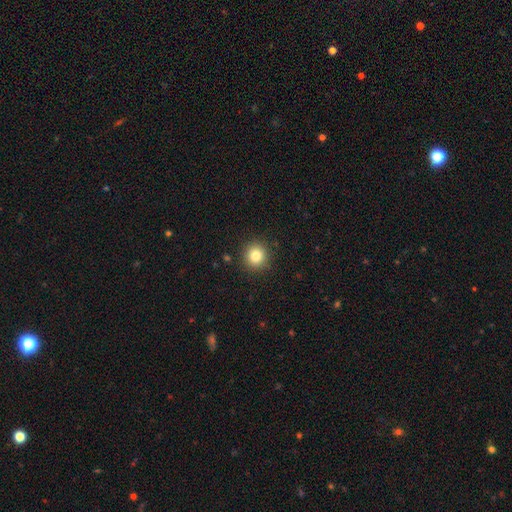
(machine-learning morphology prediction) Smooth or featured? Predicted: smooth (p=0.82). How rounded? Predicted: round (p=0.92). Merging? Predicted: none (p=0.91).